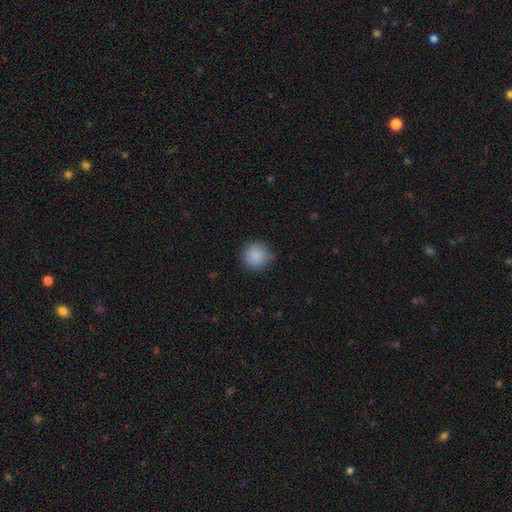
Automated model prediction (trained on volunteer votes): A smooth galaxy with no disk features (88%) that is round (93%).

Vote fractions:
- Smooth or featured? smooth: 88% / star or artifact: 8% / featured or disk: 4%
- How rounded? round: 93% / in between: 6% / cigar-shaped: 1%
- Merging? none: 80% / minor disturbance: 15% / major disturbance: 3% / merger: 1%